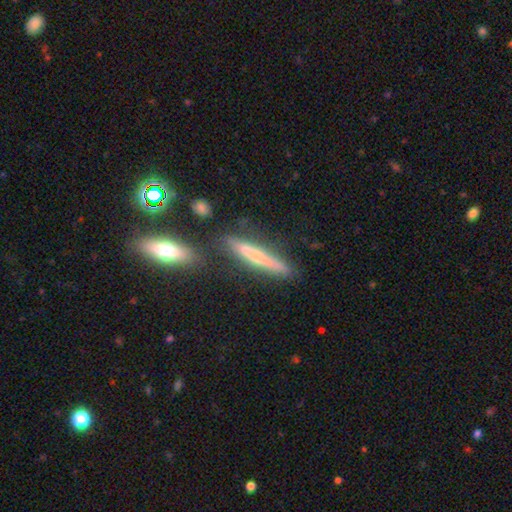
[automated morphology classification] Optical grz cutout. It shows a featured or disk galaxy (48%). Merging: none (72%).